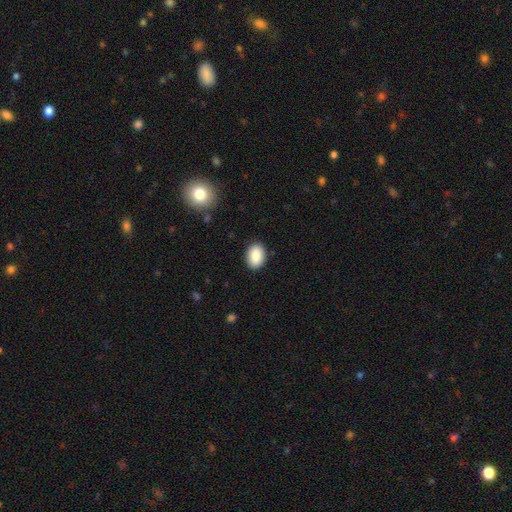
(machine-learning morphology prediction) smooth_or_featured: smooth (p=0.88) [alt: star or artifact p=0.07]
how_rounded: in between (p=0.81) [alt: round p=0.18]
merging: none (p=0.88) [alt: minor disturbance p=0.08]